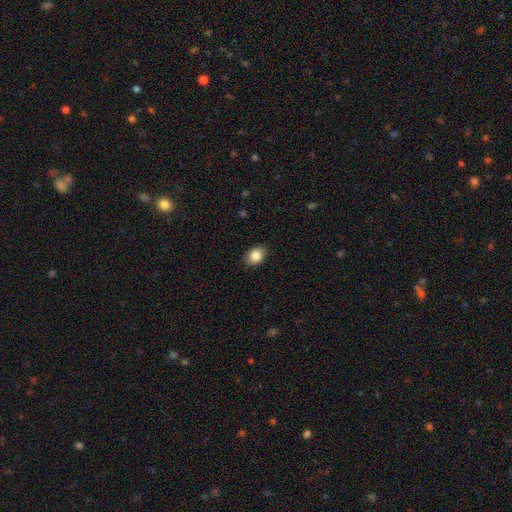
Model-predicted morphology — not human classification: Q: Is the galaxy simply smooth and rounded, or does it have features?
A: smooth — 86%.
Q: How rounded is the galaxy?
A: in between — 70%.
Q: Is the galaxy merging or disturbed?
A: none — 87%.